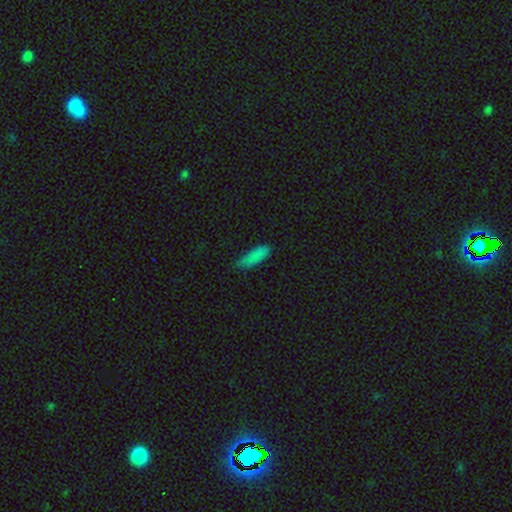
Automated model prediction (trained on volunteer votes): Smooth or featured: smooth — 83% (star or artifact — 11%)
How rounded: in between — 52% (cigar-shaped — 46%)
Merging: none — 68% (minor disturbance — 25%)